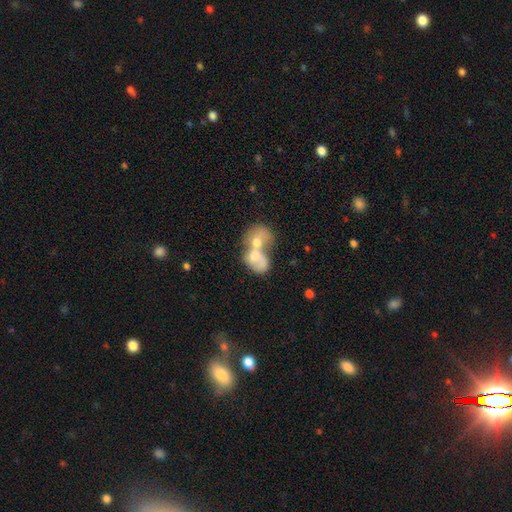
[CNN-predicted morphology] The model was most divided on "smooth or featured": smooth: 50%, featured or disk: 41%, star or artifact: 9%. More confident: merging — merger (83%).